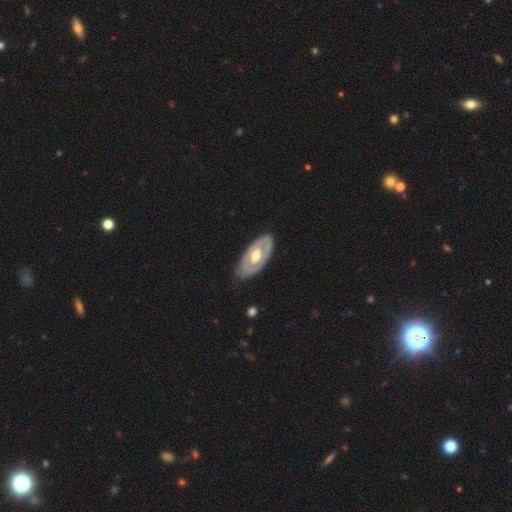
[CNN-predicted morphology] featured or disk 64%, smooth 32%, star or artifact 4%. Down the decision tree: edge-on disk — no (86%); bar — no (76%); spiral arms — no (76%); bulge size — moderate (68%); merging — none (79%).